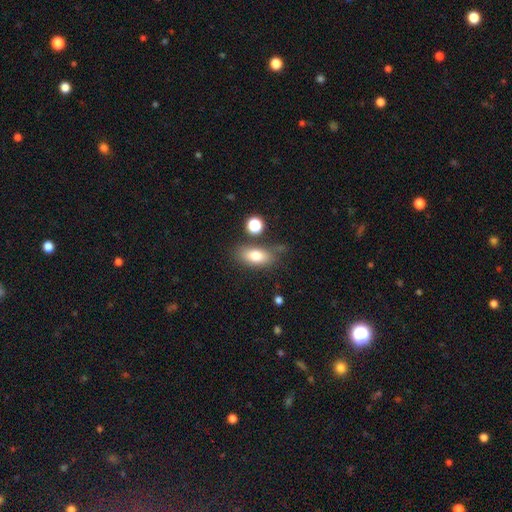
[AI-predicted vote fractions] Smooth or featured? smooth (78%)
How rounded? in between (83%)
Merging? none (68%)